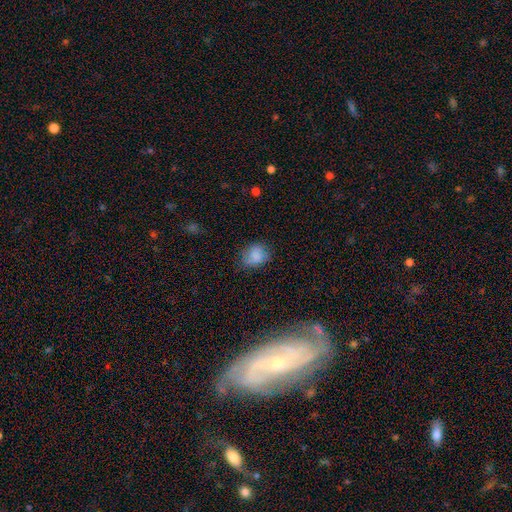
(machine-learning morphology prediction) type=smooth (81%); roundness=round (55%); merging=none (68%).